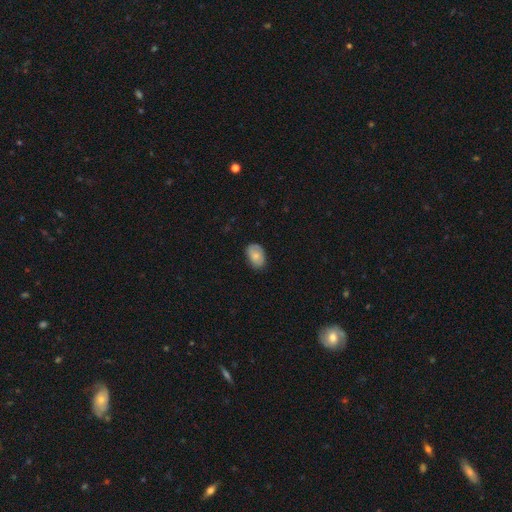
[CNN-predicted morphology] type=smooth (76%); roundness=in between (86%); merging=none (76%).